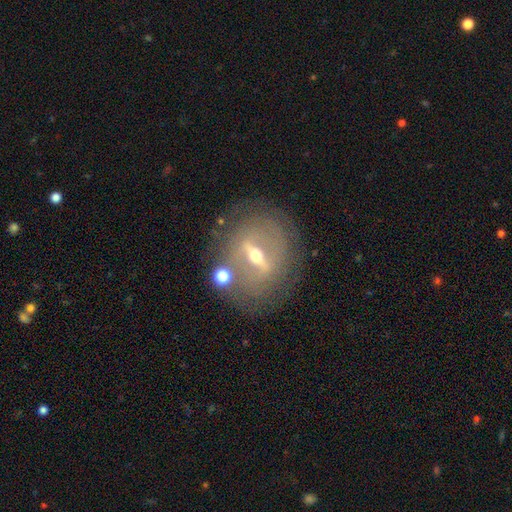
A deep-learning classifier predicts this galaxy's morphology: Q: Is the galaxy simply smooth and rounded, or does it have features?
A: featured or disk — 82%.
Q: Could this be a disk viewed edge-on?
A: no — 73%.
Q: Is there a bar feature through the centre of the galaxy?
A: strong — 74%.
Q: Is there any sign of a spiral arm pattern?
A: no — 59%.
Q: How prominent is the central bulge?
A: moderate — 59%.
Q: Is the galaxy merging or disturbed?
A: none — 77%.